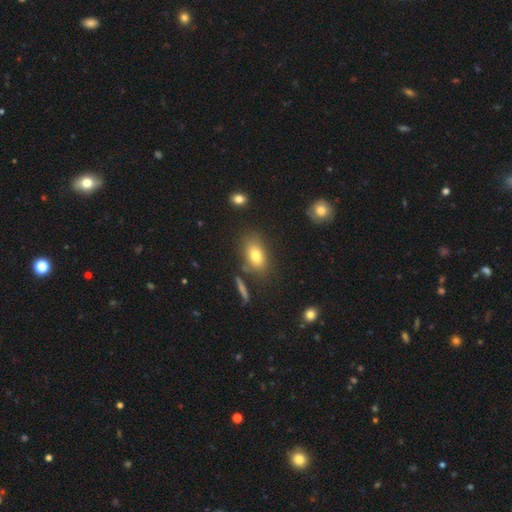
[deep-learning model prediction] Q: Smooth or featured?
A: smooth (76%); runner-up: featured or disk (13%)
Q: How rounded?
A: in between (83%); runner-up: round (13%)
Q: Merging?
A: none (76%); runner-up: minor disturbance (13%)